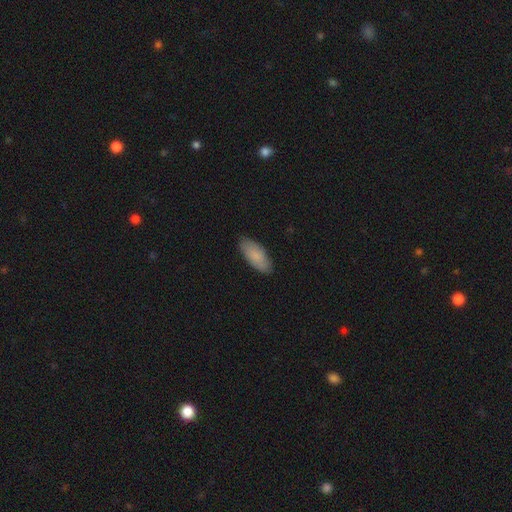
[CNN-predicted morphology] smooth 84%, featured or disk 10%, star or artifact 6%. Down the decision tree: how rounded — in between (85%); merging — none (86%).